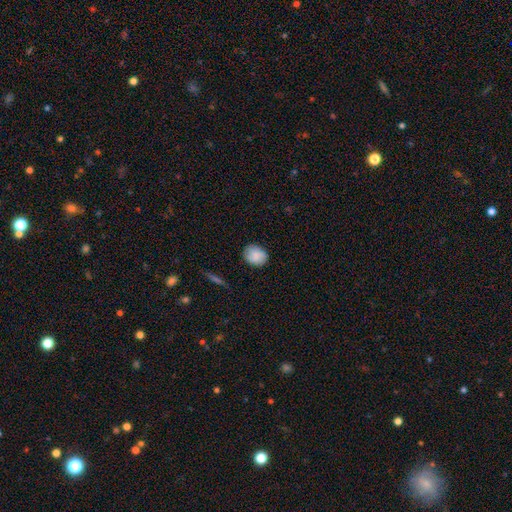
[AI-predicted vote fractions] This is clearly a smooth galaxy (81%). How rounded: possibly round (57%). Merging: clearly none (80%).